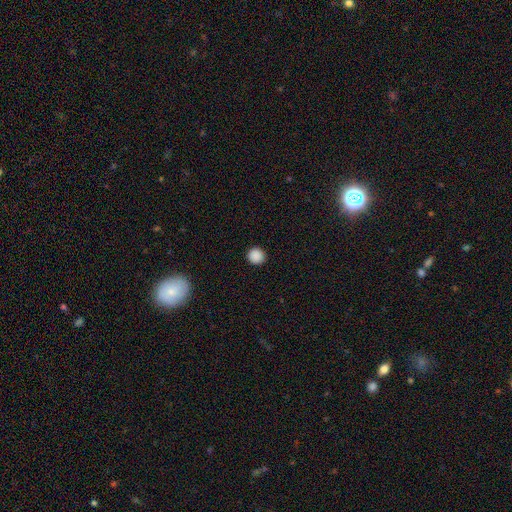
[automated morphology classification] Smooth or featured? smooth (88%)
How rounded? round (94%)
Merging? none (93%)